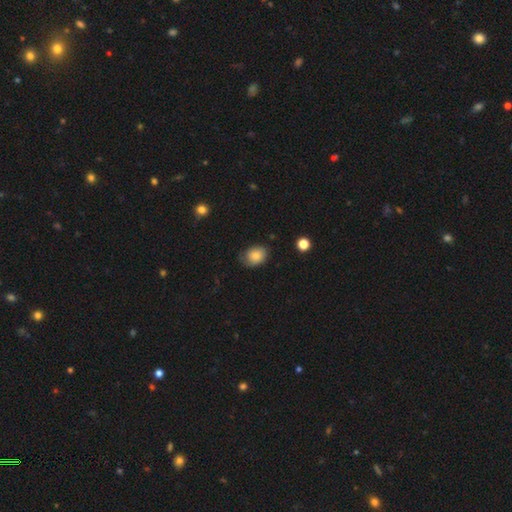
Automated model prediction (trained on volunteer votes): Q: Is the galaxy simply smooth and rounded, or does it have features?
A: smooth — 75%.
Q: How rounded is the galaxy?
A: in between — 62%.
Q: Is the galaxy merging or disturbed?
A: none — 59%.